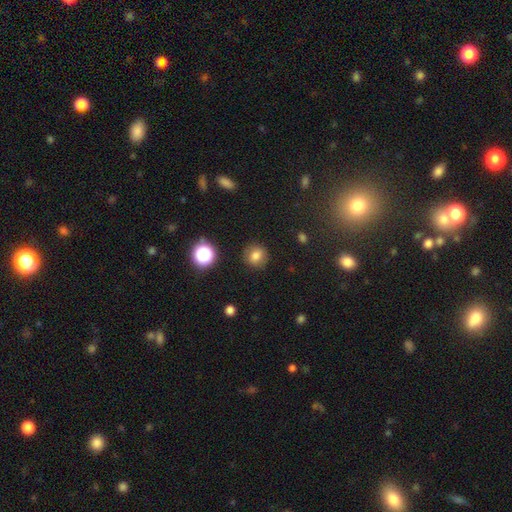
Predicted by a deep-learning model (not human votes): This is likely a smooth galaxy (78%). How rounded: clearly round (87%). Merging: clearly none (88%).